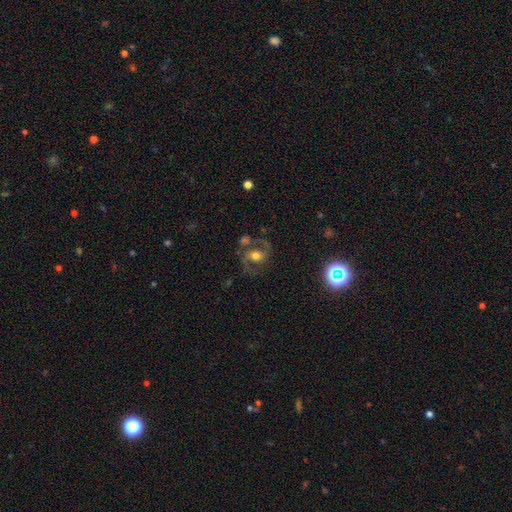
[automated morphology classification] This is likely a featured or disk galaxy (71%). It is clearly not viewed edge-on (97%). Bar: possibly no (50%). Spiral arm pattern: clearly yes (87%). Spiral arm count: clearly 2 (89%). Spiral winding: possibly medium (56%). Central bulge: likely moderate (67%). Merging: likely none (64%).